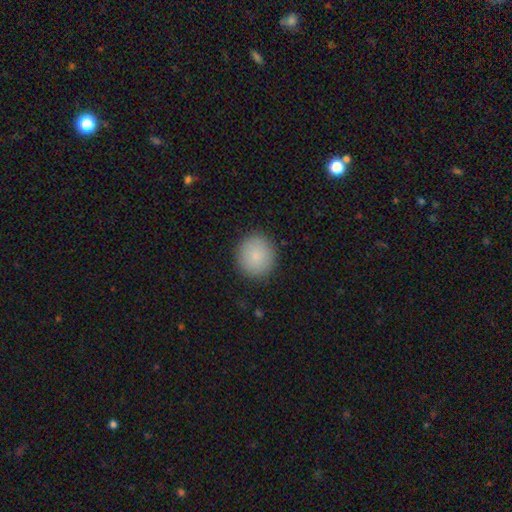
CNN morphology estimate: A smooth galaxy with no disk features (86%) that is round (86%). Merging: none (90%).